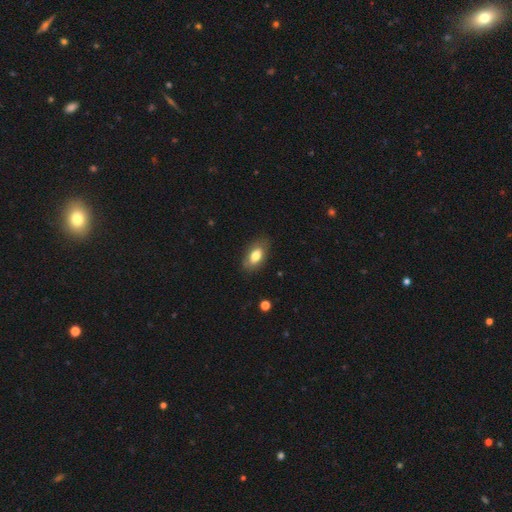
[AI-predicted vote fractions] Smooth or featured? smooth (75%)
How rounded? in between (90%)
Merging? none (81%)